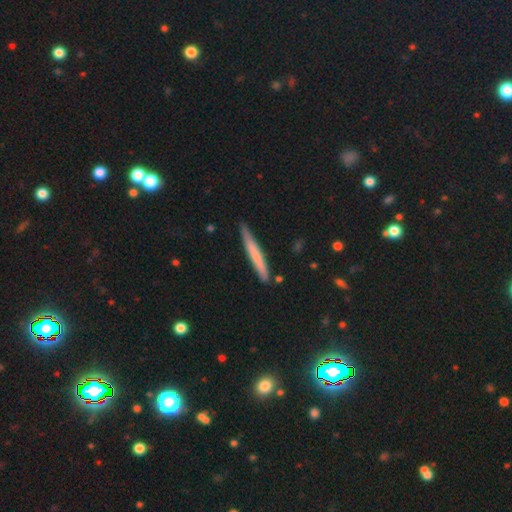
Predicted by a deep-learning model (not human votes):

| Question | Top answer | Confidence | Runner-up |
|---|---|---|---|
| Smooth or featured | smooth | 64% | featured or disk (30%) |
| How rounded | cigar-shaped | 97% | in between (2%) |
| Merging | none | 85% | minor disturbance (12%) |